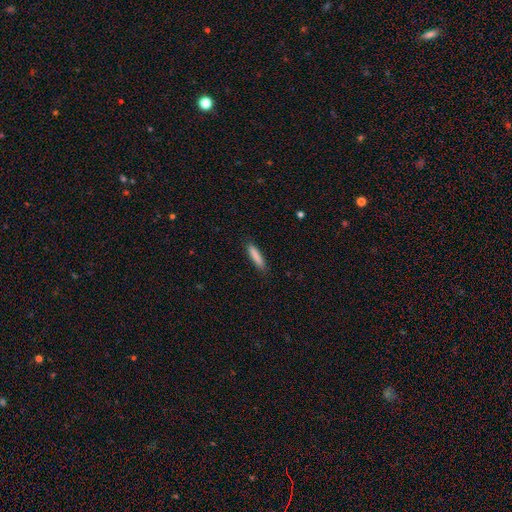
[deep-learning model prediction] This is clearly a smooth galaxy (85%). How rounded: clearly cigar-shaped (85%). Merging: clearly none (86%).